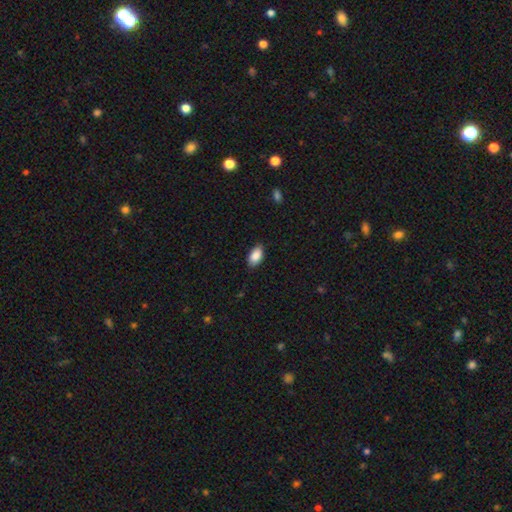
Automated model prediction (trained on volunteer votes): Smooth or featured: smooth — 89% (star or artifact — 7%)
How rounded: in between — 93% (round — 4%)
Merging: none — 85% (minor disturbance — 12%)